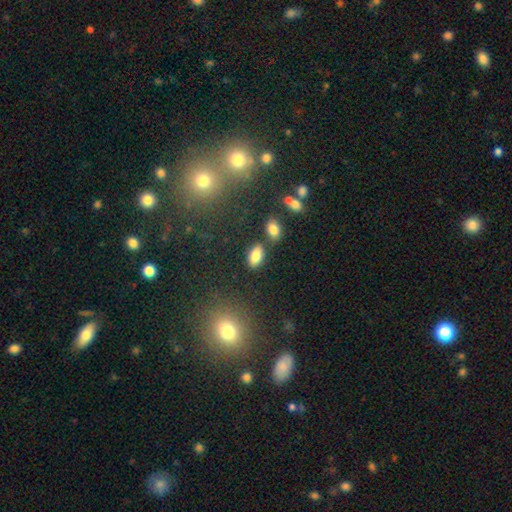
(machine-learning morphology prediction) Smooth or featured? Predicted: smooth (p=0.82). How rounded? Predicted: in between (p=0.90). Merging? Predicted: none (p=0.75).